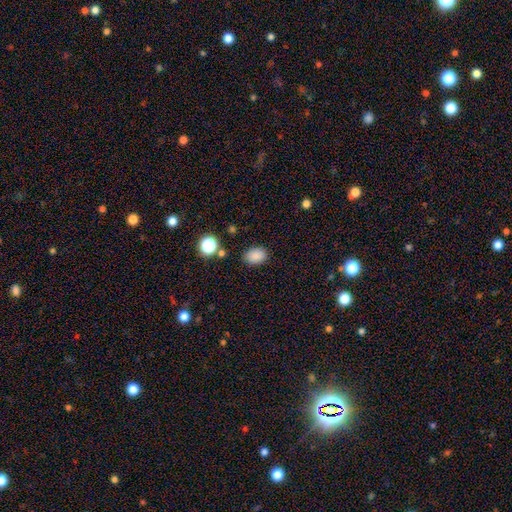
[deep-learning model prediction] Overall: smooth (85%). How rounded: in between (75%). Merging: none (83%).